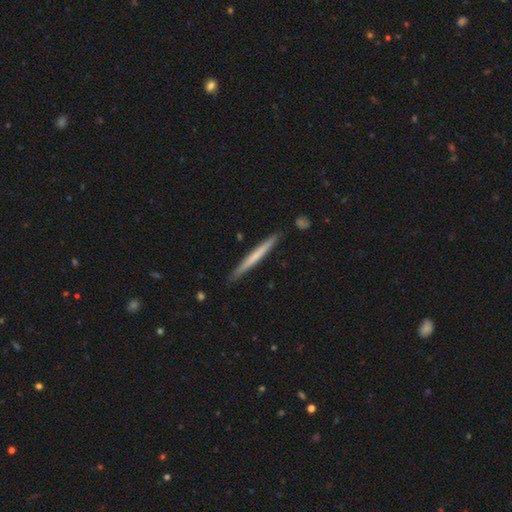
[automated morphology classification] Smooth or featured? smooth (53%)
How rounded? cigar-shaped (97%)
Merging? none (89%)